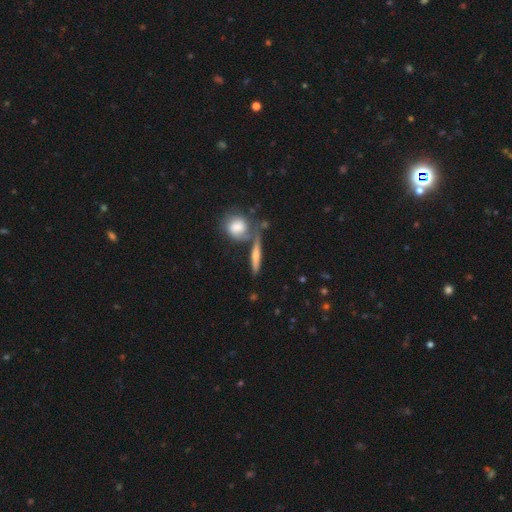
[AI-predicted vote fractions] A smooth galaxy with no disk features (51%) that is cigar-shaped (72%). Merging: none (64%).